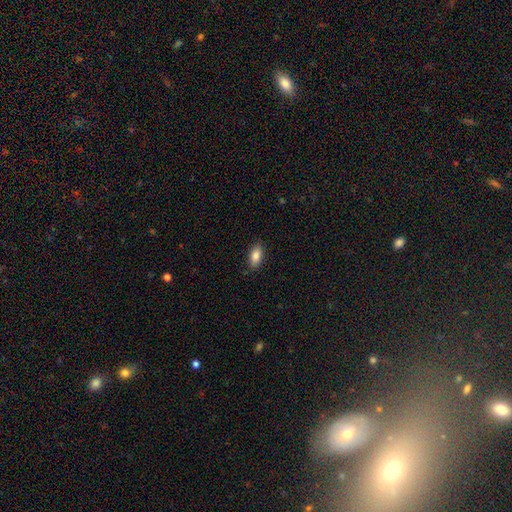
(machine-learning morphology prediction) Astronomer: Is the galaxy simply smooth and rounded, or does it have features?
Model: smooth — 86%.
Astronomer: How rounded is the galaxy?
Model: in between — 89%.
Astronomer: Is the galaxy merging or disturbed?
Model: none — 87%.